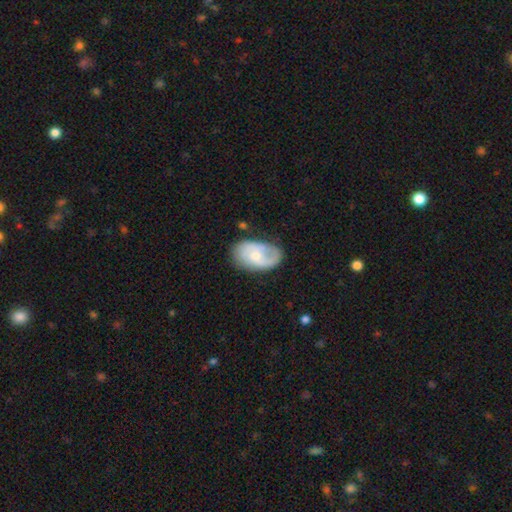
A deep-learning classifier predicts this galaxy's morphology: Smooth or featured?
  - featured or disk: 61% *
  - smooth: 33%
  - star or artifact: 6%
Edge-on disk?
  - no: 96% *
  - yes: 4%
Bar?
  - no: 63% *
  - weak: 32%
  - strong: 5%
Spiral arms?
  - yes: 84% *
  - no: 16%
Bulge size?
  - small: 55% *
  - moderate: 39%
  - none: 3%
  - large: 2%
  - dominant: 1%
Merging?
  - none: 62% *
  - minor disturbance: 25%
  - major disturbance: 10%
  - merger: 3%